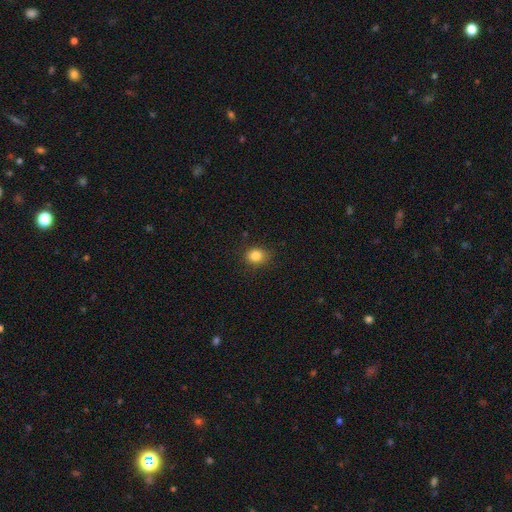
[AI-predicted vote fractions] smooth-or-featured: smooth: 84% | star or artifact: 11% | featured or disk: 5%
  how-rounded: round: 64% | in between: 35% | cigar-shaped: 1%
  merging: none: 86% | minor disturbance: 11% | major disturbance: 3% | merger: 1%